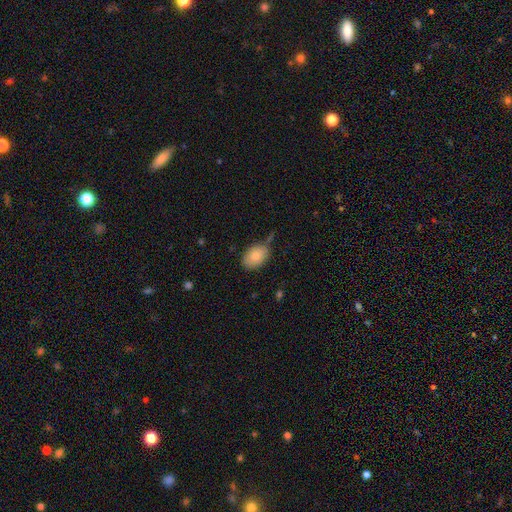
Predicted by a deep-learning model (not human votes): Smooth or featured?
  - smooth: 83% *
  - featured or disk: 10%
  - star or artifact: 7%
How rounded?
  - in between: 89% *
  - round: 10%
  - cigar-shaped: 1%
Merging?
  - none: 70% *
  - minor disturbance: 21%
  - merger: 5%
  - major disturbance: 4%